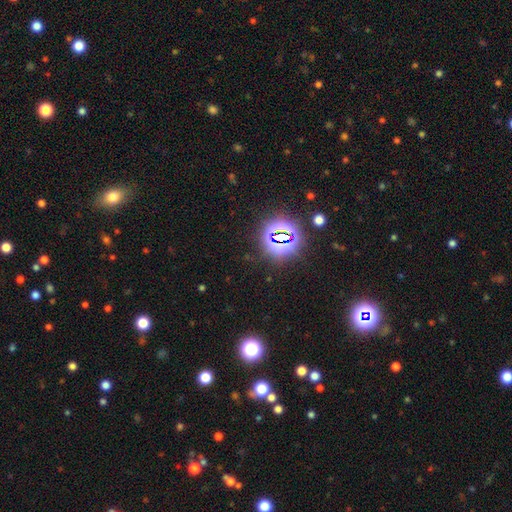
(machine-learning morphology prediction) This is likely a star or artifact rather than a galaxy (79%).